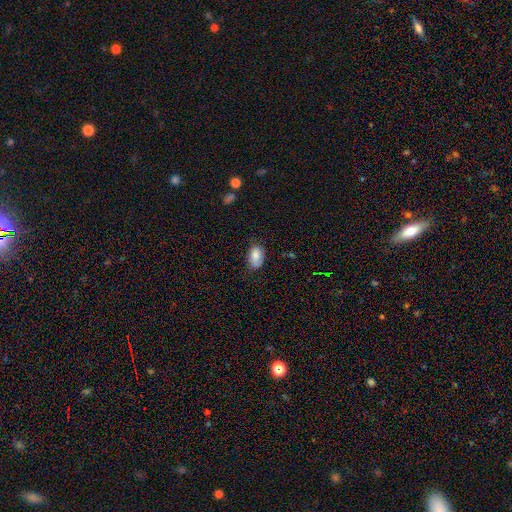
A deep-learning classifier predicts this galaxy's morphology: A smooth galaxy with no disk features (83%) that is in between round and cigar-shaped (91%). Merging: none (64%).